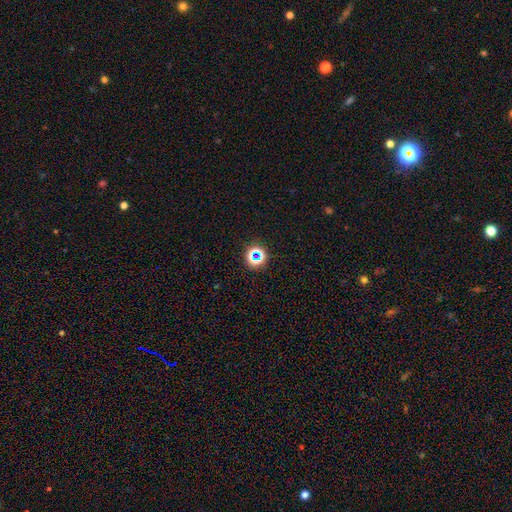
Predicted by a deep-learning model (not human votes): This is likely a star or artifact rather than a galaxy (61%).